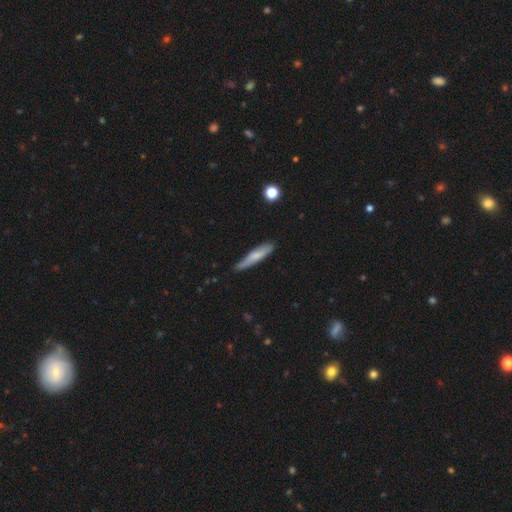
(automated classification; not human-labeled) smooth_or_featured: smooth (p=0.67) [alt: featured or disk p=0.27]
how_rounded: cigar-shaped (p=0.87) [alt: in between p=0.12]
merging: none (p=0.72) [alt: minor disturbance p=0.23]